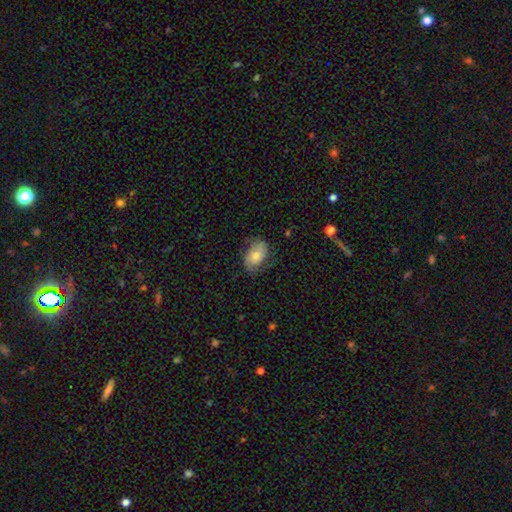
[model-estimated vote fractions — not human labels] Smooth or featured: smooth — 54% (featured or disk — 37%)
How rounded: in between — 86% (round — 13%)
Merging: none — 64% (minor disturbance — 24%)